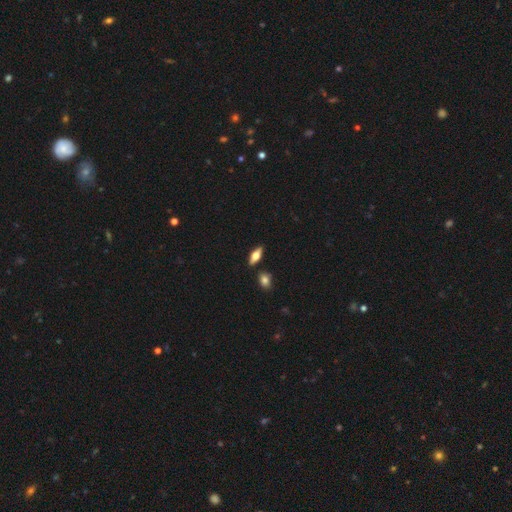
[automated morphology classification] This is possibly a smooth galaxy (51%). How rounded: likely in between (71%). Merging: clearly none (84%).